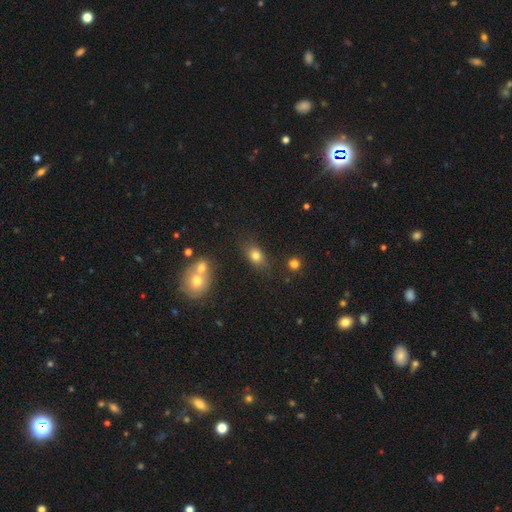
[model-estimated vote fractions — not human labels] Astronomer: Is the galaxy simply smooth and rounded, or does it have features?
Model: smooth — 76%.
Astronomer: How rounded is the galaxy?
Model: in between — 69%.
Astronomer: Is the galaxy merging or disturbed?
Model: none — 74%.